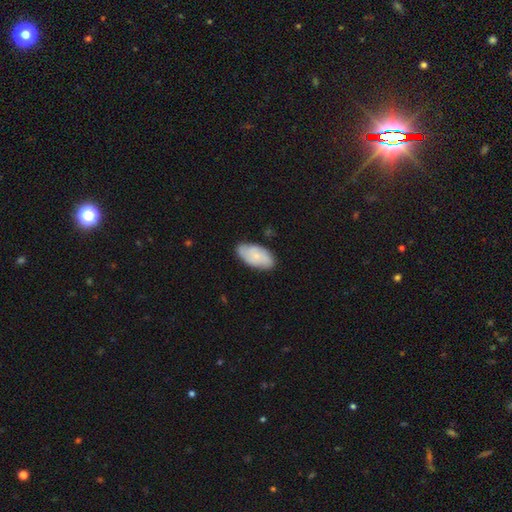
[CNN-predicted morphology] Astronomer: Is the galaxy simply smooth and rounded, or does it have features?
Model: smooth — 59% (runner-up: featured or disk, 34%).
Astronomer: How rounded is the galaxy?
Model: in between — 93%.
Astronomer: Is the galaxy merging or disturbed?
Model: none — 73%.